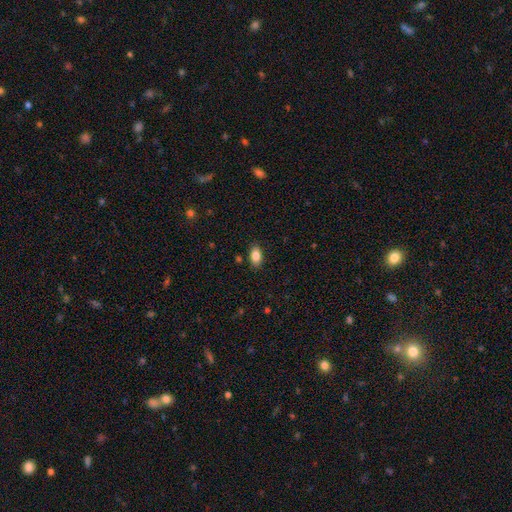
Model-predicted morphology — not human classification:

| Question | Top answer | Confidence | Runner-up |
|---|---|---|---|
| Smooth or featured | smooth | 86% | star or artifact (8%) |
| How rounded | in between | 91% | round (6%) |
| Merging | none | 87% | minor disturbance (9%) |